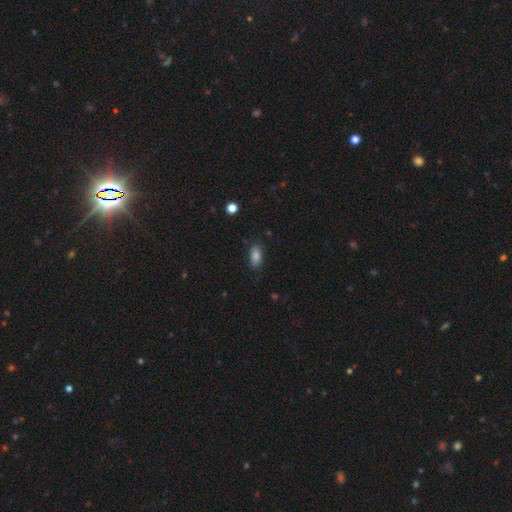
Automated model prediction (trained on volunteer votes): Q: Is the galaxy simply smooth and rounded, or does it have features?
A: smooth — 83%.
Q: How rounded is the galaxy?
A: in between — 88%.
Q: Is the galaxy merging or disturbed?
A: none — 80%.